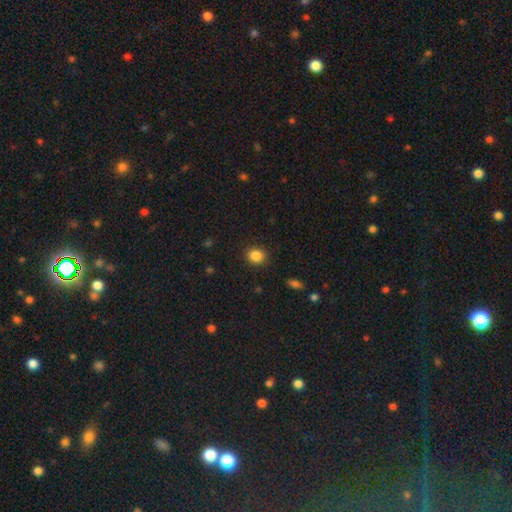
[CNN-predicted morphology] Smooth or featured? smooth (86%)
How rounded? round (70%)
Merging? none (90%)